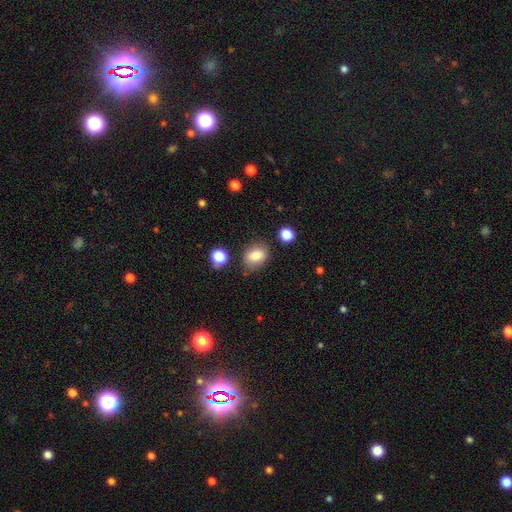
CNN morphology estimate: type=smooth (81%); roundness=in between (61%); merging=none (75%).